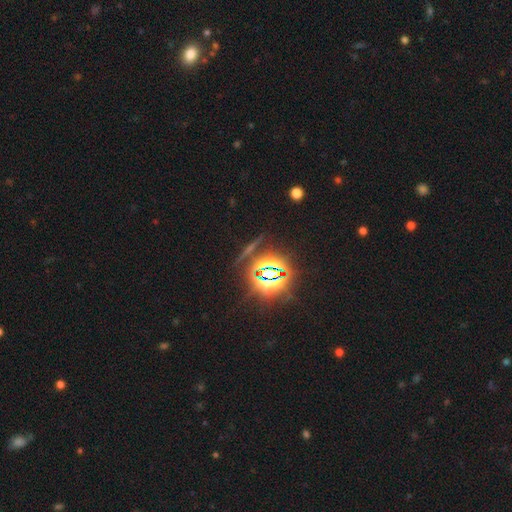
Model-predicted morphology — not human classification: A star or artifact, not a galaxy (84%).